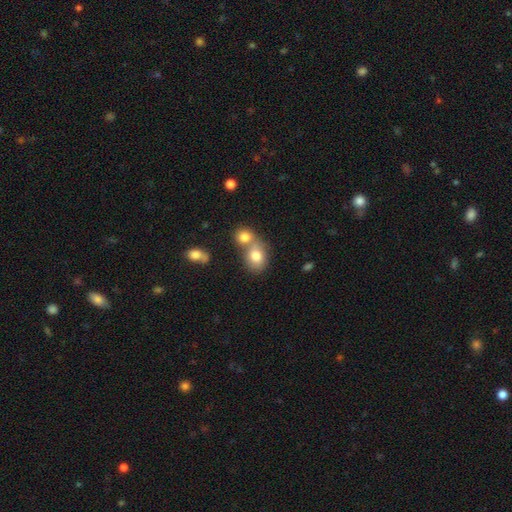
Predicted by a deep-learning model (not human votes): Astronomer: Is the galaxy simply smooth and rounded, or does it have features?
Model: smooth — 78%.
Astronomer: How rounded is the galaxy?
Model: in between — 52% (runner-up: round, 46%).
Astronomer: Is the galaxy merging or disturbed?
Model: merger — 54% (runner-up: none, 35%).